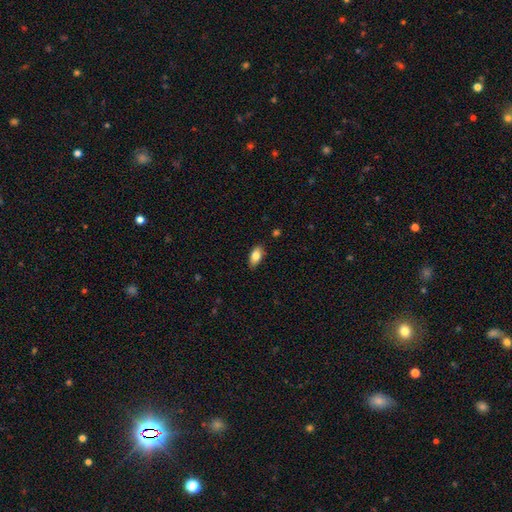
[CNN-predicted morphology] A smooth galaxy with no disk features (82%) that is in between round and cigar-shaped (90%). Merging: none (85%).